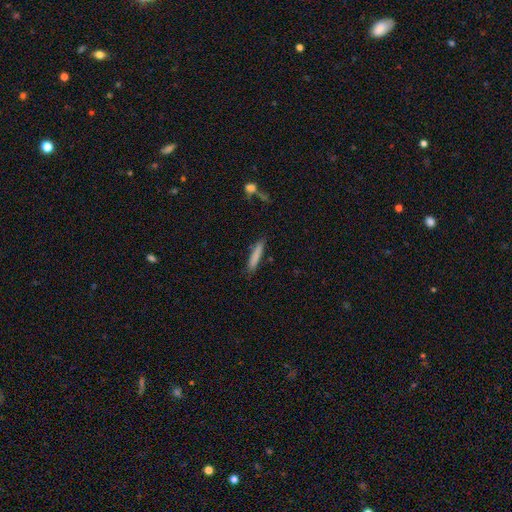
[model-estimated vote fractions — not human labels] Overall: smooth (82%). How rounded: cigar-shaped (91%). Merging: none (85%).